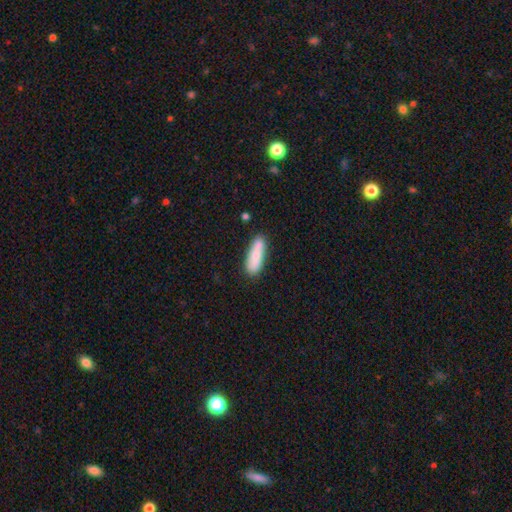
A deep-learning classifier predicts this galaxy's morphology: Q: Smooth or featured?
A: smooth (73%); runner-up: featured or disk (21%)
Q: How rounded?
A: cigar-shaped (51%); runner-up: in between (47%)
Q: Merging?
A: none (77%); runner-up: minor disturbance (15%)